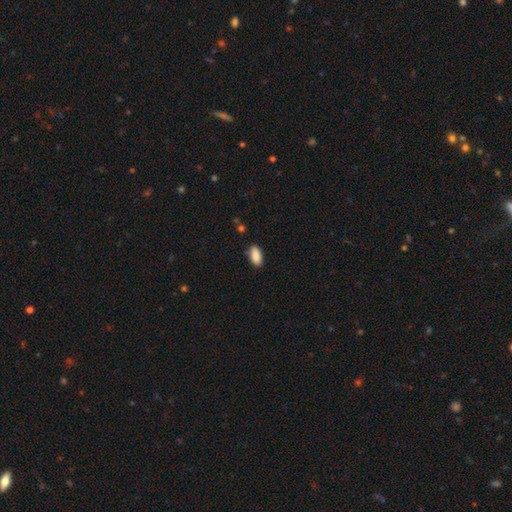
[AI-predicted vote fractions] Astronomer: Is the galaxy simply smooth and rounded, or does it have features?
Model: smooth — 89%.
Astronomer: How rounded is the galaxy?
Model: in between — 91%.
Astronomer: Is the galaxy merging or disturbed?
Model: none — 84%.